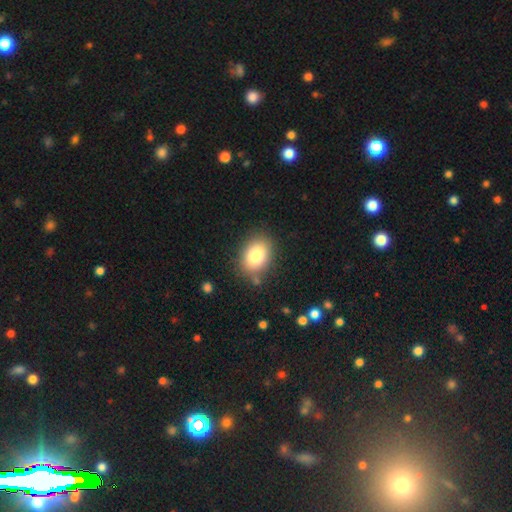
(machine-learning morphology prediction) The model was most divided on "how rounded": in between: 71%, round: 28%, cigar-shaped: 1%. More confident: smooth or featured — smooth (83%); merging — none (82%).